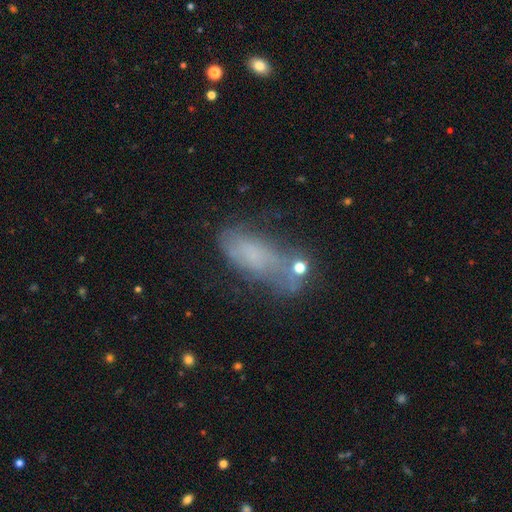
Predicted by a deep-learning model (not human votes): smooth-or-featured: smooth: 55% | featured or disk: 31% | star or artifact: 14%
  how-rounded: in between: 77% | cigar-shaped: 19% | round: 4%
  merging: none: 41% | minor disturbance: 26% | major disturbance: 20% | merger: 12%